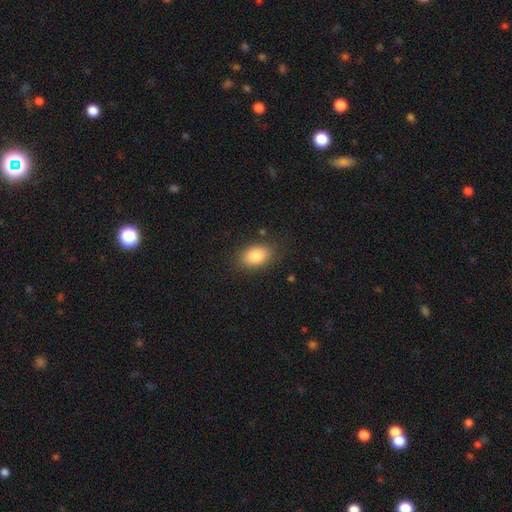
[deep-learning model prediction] Q: Smooth or featured?
A: smooth (84%); runner-up: featured or disk (8%)
Q: How rounded?
A: in between (86%); runner-up: round (12%)
Q: Merging?
A: none (83%); runner-up: minor disturbance (12%)